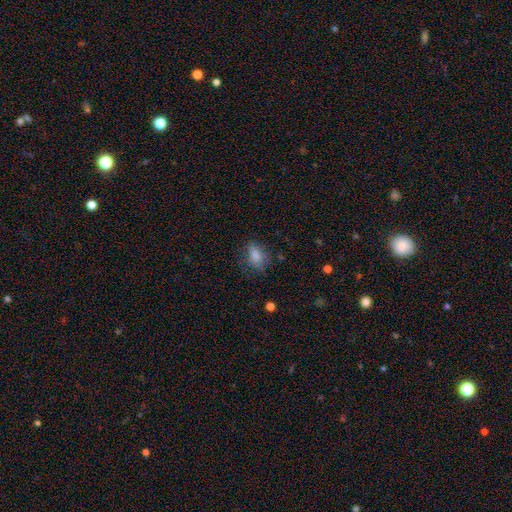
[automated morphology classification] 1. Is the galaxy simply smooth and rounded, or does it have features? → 81% smooth, 9% featured or disk, 9% star or artifact.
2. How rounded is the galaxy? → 82% in between, 12% round, 5% cigar-shaped.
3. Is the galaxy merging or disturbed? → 68% none, 22% minor disturbance, 8% major disturbance, 2% merger.